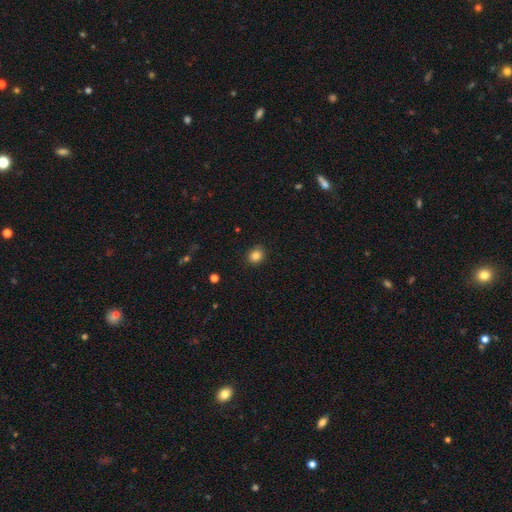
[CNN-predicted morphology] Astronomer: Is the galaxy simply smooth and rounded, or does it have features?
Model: smooth — 84%.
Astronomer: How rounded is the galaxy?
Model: round — 72%.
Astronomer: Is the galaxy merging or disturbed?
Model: none — 88%.